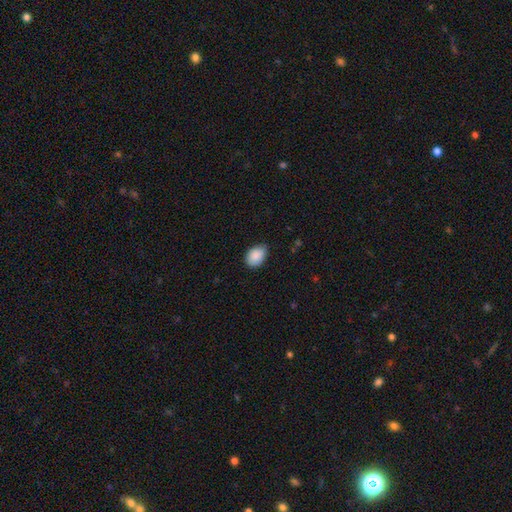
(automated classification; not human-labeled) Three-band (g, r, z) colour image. It shows a smooth galaxy with no disk features (89%) that is in between round and cigar-shaped (81%). Merging: none (72%).